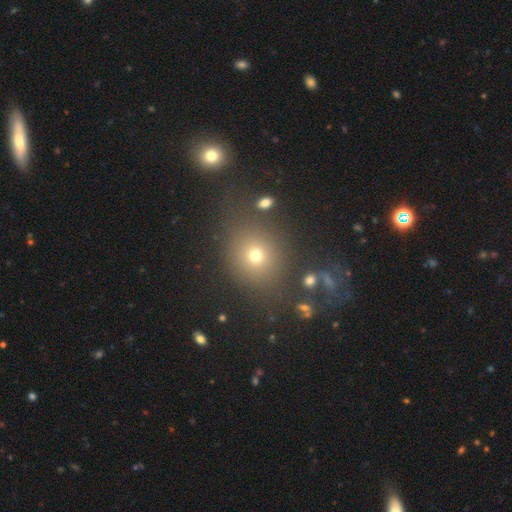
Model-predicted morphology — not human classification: Smooth or featured? smooth (69%)
How rounded? round (73%)
Merging? none (76%)